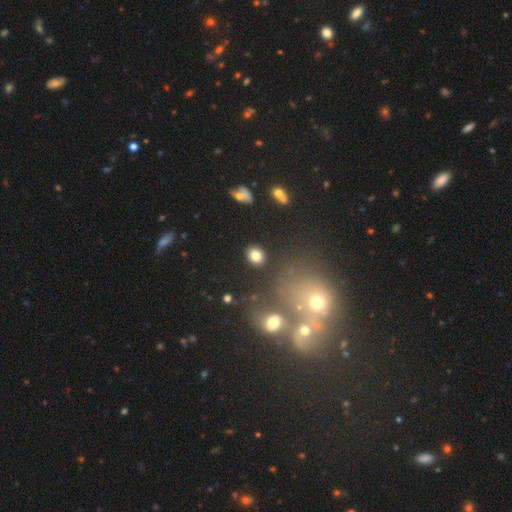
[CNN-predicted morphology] smooth-or-featured: smooth: 81% | star or artifact: 11% | featured or disk: 8%
  how-rounded: round: 67% | in between: 32% | cigar-shaped: 1%
  merging: none: 87% | minor disturbance: 7% | merger: 3% | major disturbance: 3%